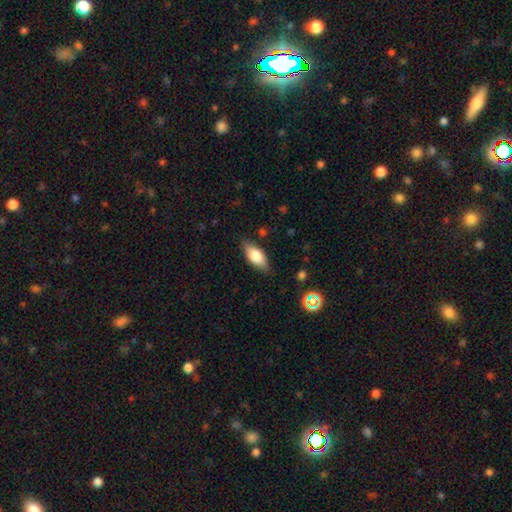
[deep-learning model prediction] A smooth galaxy with no disk features (71%) that is in between round and cigar-shaped (83%).

Vote fractions:
- Smooth or featured? smooth: 71% / featured or disk: 22% / star or artifact: 7%
- How rounded? in between: 83% / cigar-shaped: 14% / round: 3%
- Merging? none: 82% / minor disturbance: 14% / major disturbance: 3% / merger: 1%